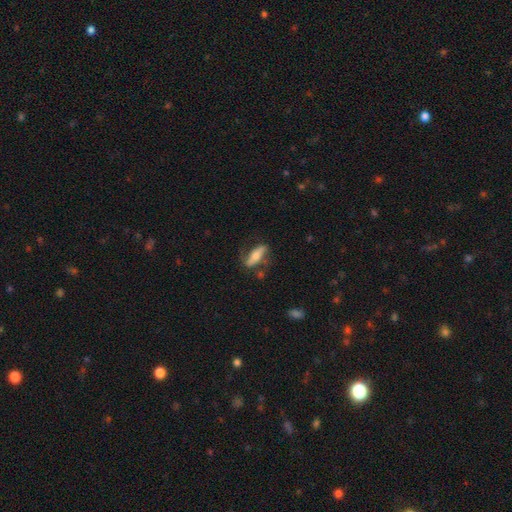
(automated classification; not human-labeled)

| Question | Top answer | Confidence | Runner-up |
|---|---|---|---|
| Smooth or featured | featured or disk | 48% | smooth (45%) |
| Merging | none | 64% | minor disturbance (22%) |